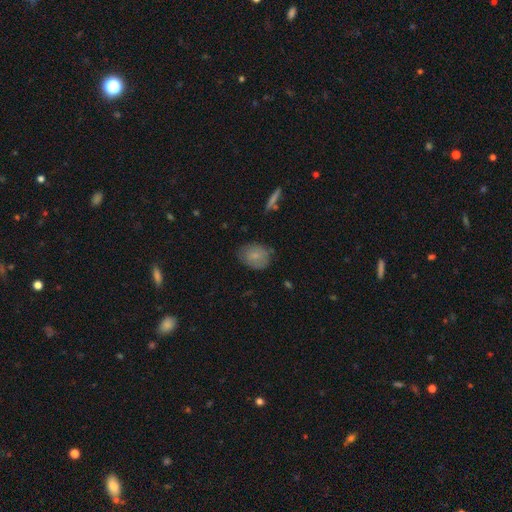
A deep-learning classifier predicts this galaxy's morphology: The model was most divided on "how rounded": in between: 56%, round: 42%, cigar-shaped: 1%. More confident: smooth or featured — smooth (74%); merging — none (69%).